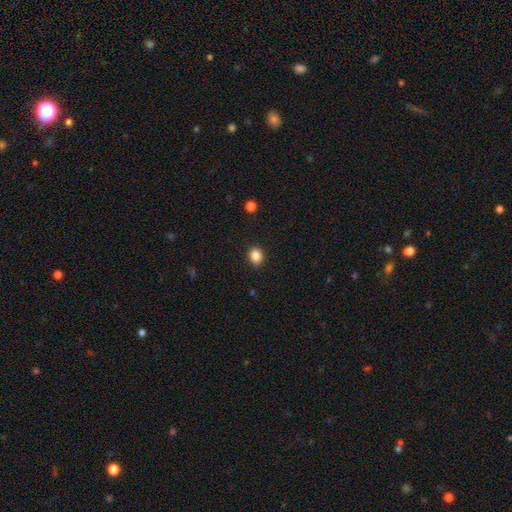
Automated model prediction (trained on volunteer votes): Smooth or featured: smooth — 86% (star or artifact — 10%)
How rounded: round — 64% (in between — 36%)
Merging: none — 91% (minor disturbance — 6%)